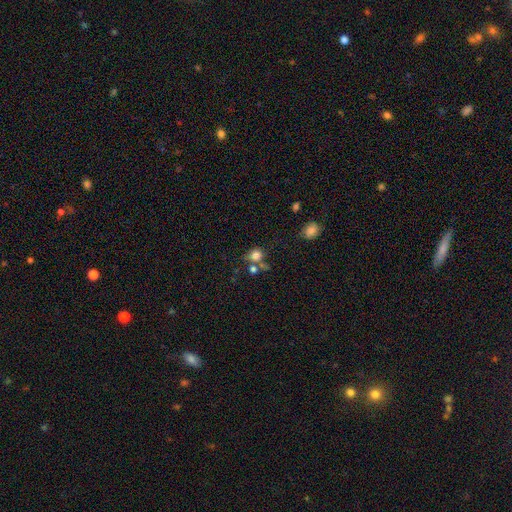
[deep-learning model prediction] Smooth or featured? smooth (77%)
How rounded? round (77%)
Merging? none (50%)